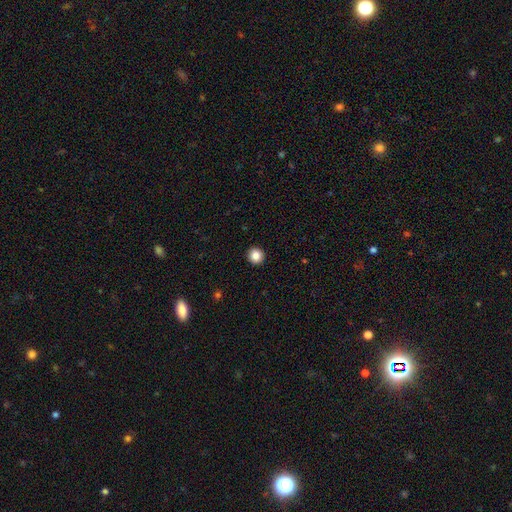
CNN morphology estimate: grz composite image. It shows a smooth galaxy with no disk features (85%) that is round (93%). Merging: none (94%).